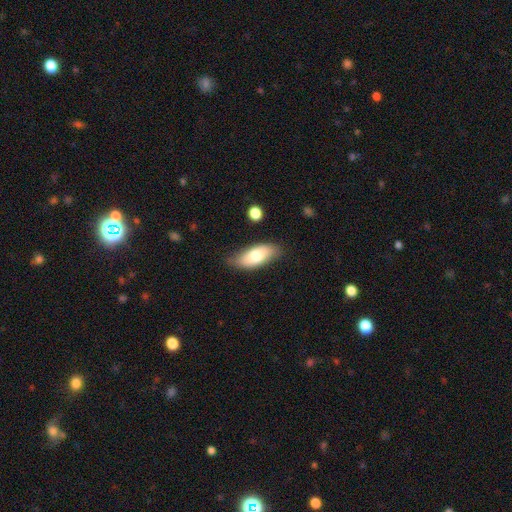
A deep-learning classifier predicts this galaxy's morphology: This is likely a smooth galaxy (73%). How rounded: clearly in between (83%). Merging: likely none (76%).